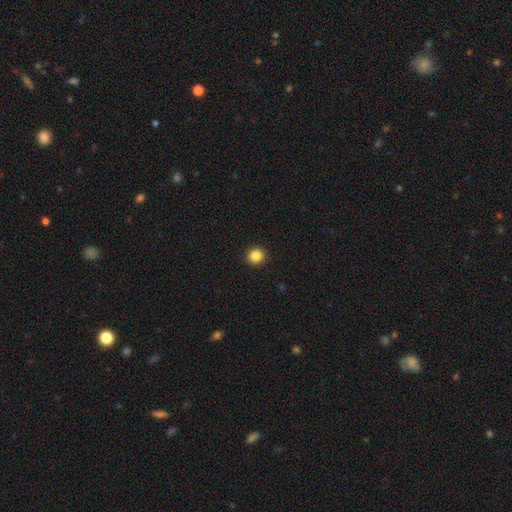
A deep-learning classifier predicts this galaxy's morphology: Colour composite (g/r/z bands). It shows a smooth galaxy with no disk features (86%) that is round (92%). Merging: none (93%).